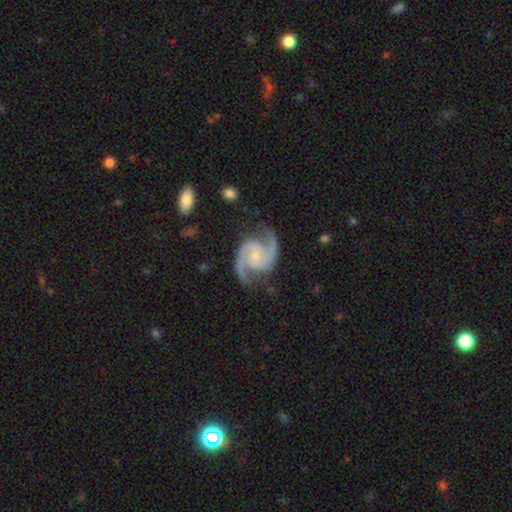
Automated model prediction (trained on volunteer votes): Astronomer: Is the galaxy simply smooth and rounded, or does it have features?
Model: featured or disk — 93%.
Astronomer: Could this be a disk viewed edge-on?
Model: no — 98%.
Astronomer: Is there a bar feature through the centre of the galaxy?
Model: no — 56% (runner-up: weak, 36%).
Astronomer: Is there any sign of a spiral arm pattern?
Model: yes — 98%.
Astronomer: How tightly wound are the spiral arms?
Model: medium — 64%.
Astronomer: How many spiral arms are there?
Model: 2 — 93%.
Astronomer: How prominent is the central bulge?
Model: small — 63%.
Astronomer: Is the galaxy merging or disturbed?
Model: none — 78%.